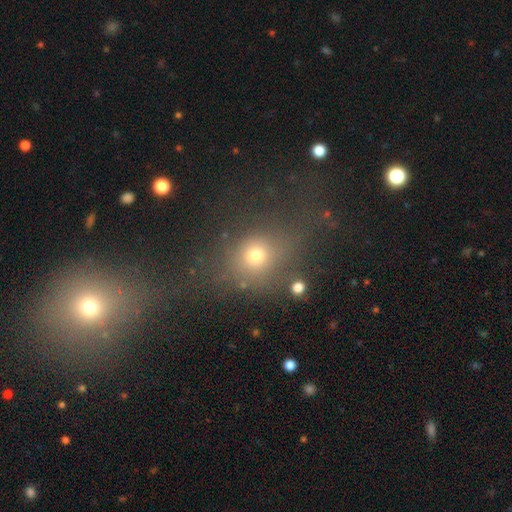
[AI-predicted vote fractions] The model was most divided on "how rounded": round: 68%, in between: 30%, cigar-shaped: 2%. More confident: smooth or featured — smooth (67%); merging — none (59%).